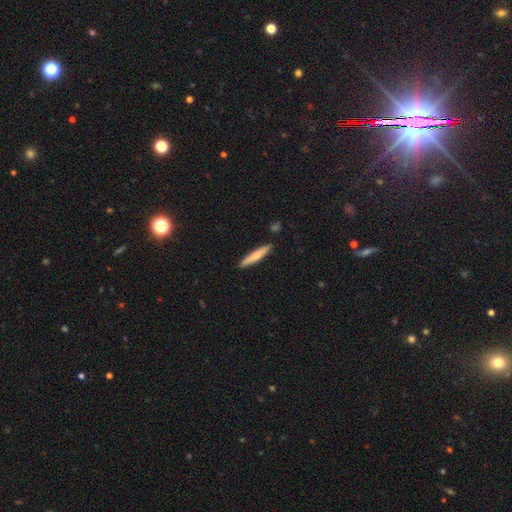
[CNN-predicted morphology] The model was most divided on "smooth or featured": smooth: 70%, featured or disk: 25%, star or artifact: 5%. More confident: how rounded — cigar-shaped (92%); merging — none (88%).